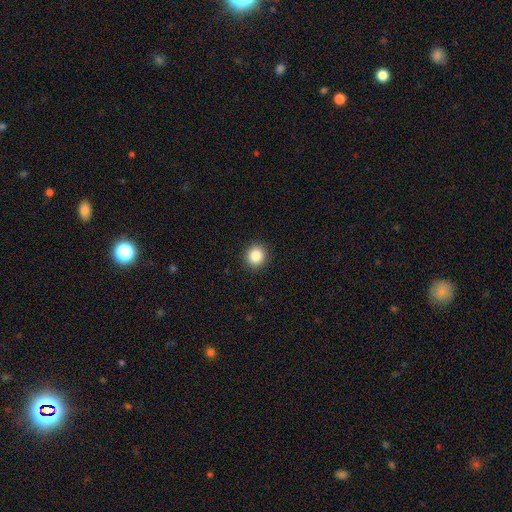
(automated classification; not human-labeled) smooth-or-featured: smooth: 86% | star or artifact: 10% | featured or disk: 4%
  how-rounded: round: 88% | in between: 11% | cigar-shaped: 1%
  merging: none: 92% | minor disturbance: 5% | major disturbance: 2% | merger: 1%